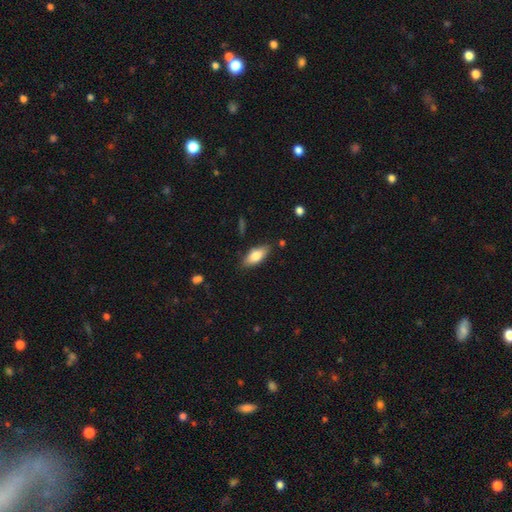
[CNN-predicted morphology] Smooth or featured: smooth — 75% (featured or disk — 18%)
How rounded: in between — 80% (cigar-shaped — 17%)
Merging: none — 82% (minor disturbance — 13%)